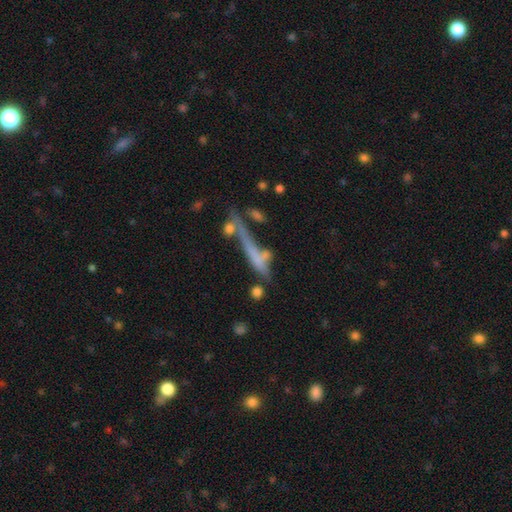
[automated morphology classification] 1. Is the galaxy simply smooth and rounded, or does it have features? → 45% smooth, 40% featured or disk, 15% star or artifact.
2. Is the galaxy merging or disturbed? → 41% none, 26% merger, 17% major disturbance, 17% minor disturbance.